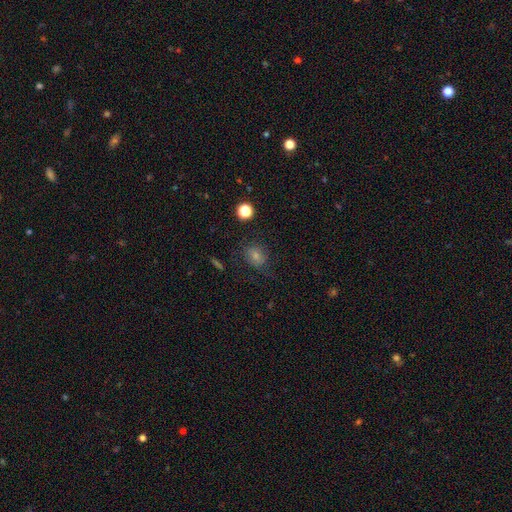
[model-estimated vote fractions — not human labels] smooth-or-featured: smooth: 55% | star or artifact: 28% | featured or disk: 17%
  how-rounded: round: 68% | in between: 31% | cigar-shaped: 1%
  merging: none: 74% | minor disturbance: 16% | major disturbance: 8% | merger: 2%